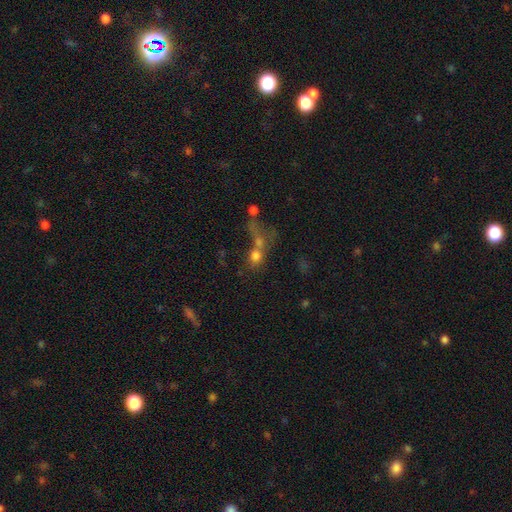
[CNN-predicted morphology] The model was most divided on "how rounded": round: 64%, in between: 33%, cigar-shaped: 3%. More confident: smooth or featured — smooth (67%); merging — merger (59%).